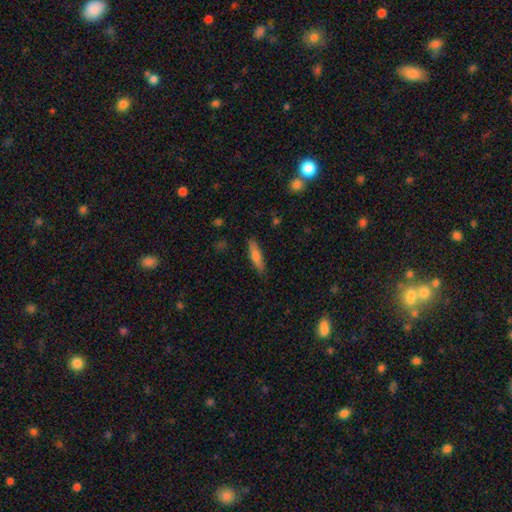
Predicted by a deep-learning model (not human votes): The model was most divided on "smooth or featured": smooth: 71%, featured or disk: 23%, star or artifact: 7%. More confident: merging — none (87%); how rounded — cigar-shaped (78%).